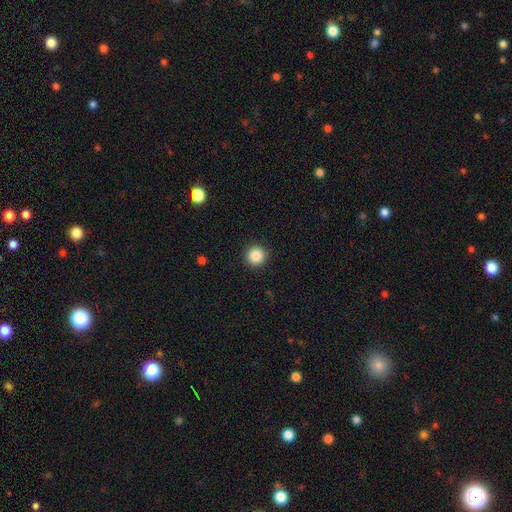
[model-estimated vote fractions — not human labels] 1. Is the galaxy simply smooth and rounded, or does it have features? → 87% smooth, 10% star or artifact, 3% featured or disk.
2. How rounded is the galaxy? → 96% round, 3% in between, 1% cigar-shaped.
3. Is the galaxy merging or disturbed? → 92% none, 5% minor disturbance, 2% major disturbance, 1% merger.